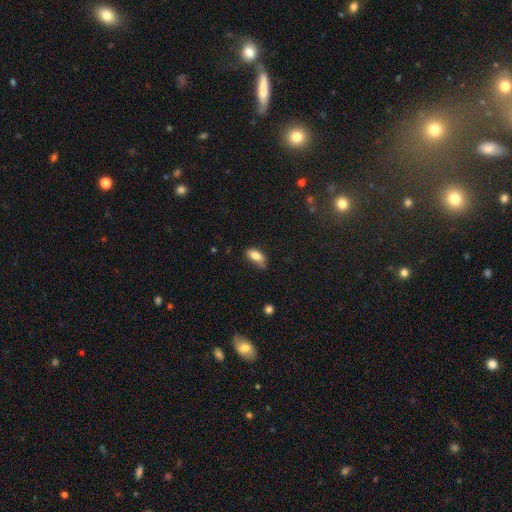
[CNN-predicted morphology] Overall: smooth (82%). How rounded: in between (90%). Merging: none (55%; minor disturbance 33%).